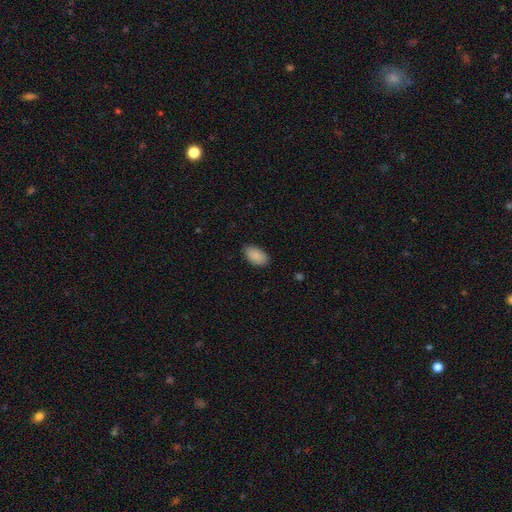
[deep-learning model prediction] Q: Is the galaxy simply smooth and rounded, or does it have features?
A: smooth — 90%.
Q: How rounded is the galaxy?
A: in between — 95%.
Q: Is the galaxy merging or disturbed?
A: none — 88%.